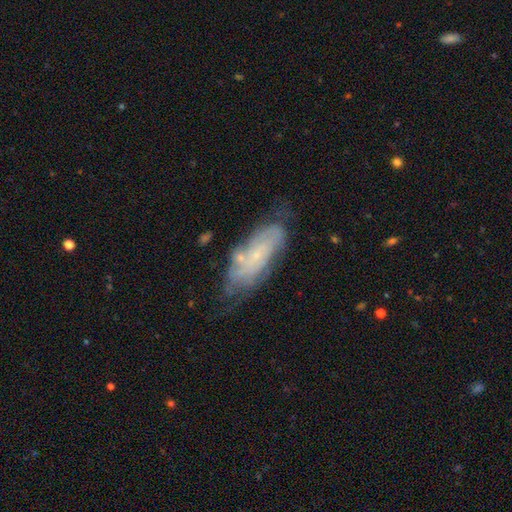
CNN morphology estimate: Smooth or featured: featured or disk — 64% (smooth — 27%)
Edge-on disk: no — 87% (yes — 13%)
Bar: no — 73% (weak — 22%)
Spiral arms: yes — 76% (no — 24%)
Bulge size: small — 81% (moderate — 10%)
Merging: none — 56% (minor disturbance — 27%)